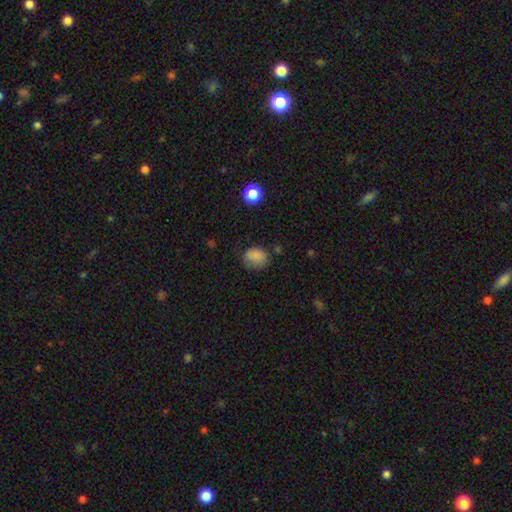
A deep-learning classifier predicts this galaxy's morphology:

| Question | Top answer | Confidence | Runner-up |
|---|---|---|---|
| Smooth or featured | smooth | 83% | star or artifact (11%) |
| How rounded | round | 54% | in between (45%) |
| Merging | none | 65% | minor disturbance (26%) |